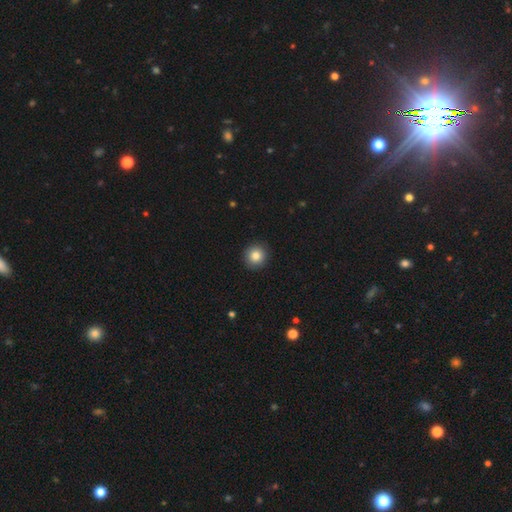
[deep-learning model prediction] Q: Smooth or featured?
A: smooth (84%); runner-up: star or artifact (9%)
Q: How rounded?
A: round (93%); runner-up: in between (6%)
Q: Merging?
A: none (92%); runner-up: minor disturbance (6%)